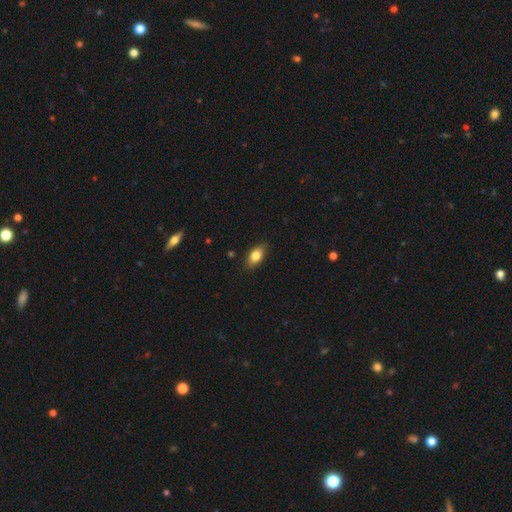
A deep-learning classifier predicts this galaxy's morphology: The model was most divided on "smooth or featured": smooth: 80%, featured or disk: 12%, star or artifact: 8%. More confident: how rounded — in between (87%); merging — none (84%).